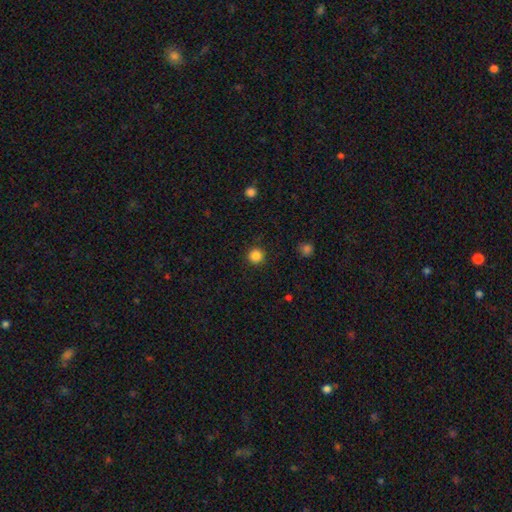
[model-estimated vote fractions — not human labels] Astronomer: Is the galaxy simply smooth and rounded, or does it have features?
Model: smooth — 85%.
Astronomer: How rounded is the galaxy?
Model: round — 95%.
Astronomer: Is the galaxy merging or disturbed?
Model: none — 91%.